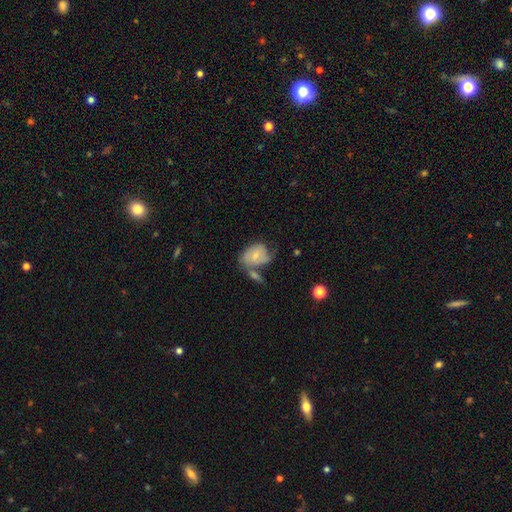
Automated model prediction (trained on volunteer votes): Smooth or featured? smooth (50%)
How rounded? in between (67%)
Merging? none (31%)